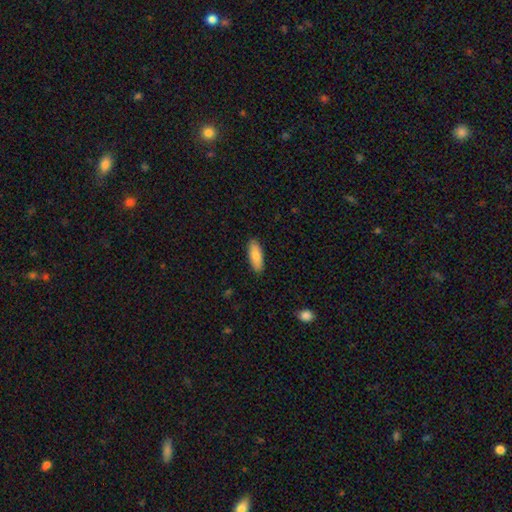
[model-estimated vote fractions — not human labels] Smooth or featured?
  - smooth: 86% *
  - featured or disk: 8%
  - star or artifact: 6%
How rounded?
  - in between: 71% *
  - cigar-shaped: 27%
  - round: 2%
Merging?
  - none: 89% *
  - minor disturbance: 8%
  - major disturbance: 2%
  - merger: 1%